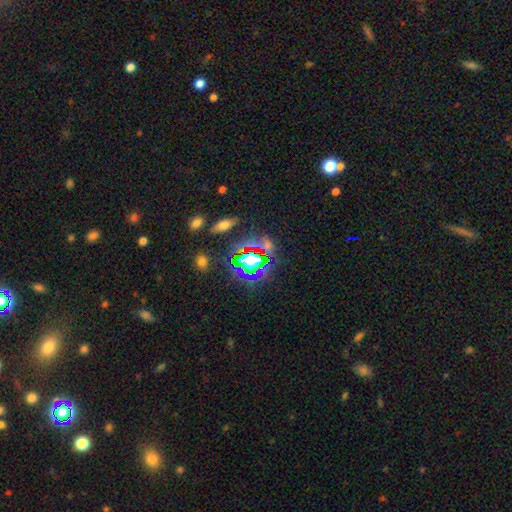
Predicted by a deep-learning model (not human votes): Morphology: type=star or artifact (71%).